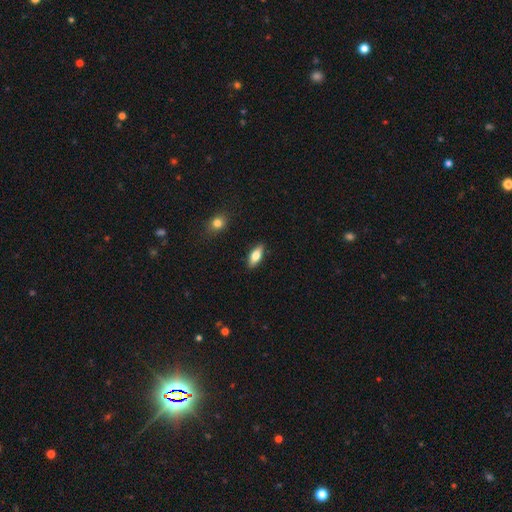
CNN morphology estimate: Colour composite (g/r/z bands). It shows a smooth galaxy with no disk features (70%) that is in between round and cigar-shaped (76%). Merging: none (89%).